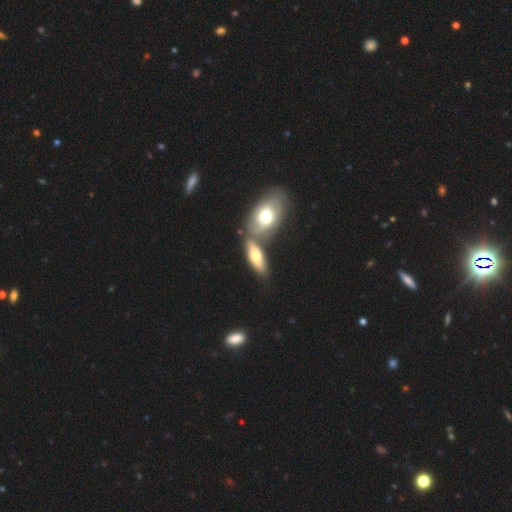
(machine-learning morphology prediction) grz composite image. It shows a smooth galaxy with no disk features (60%) that is in between round and cigar-shaped (72%). Merging: none (51%).